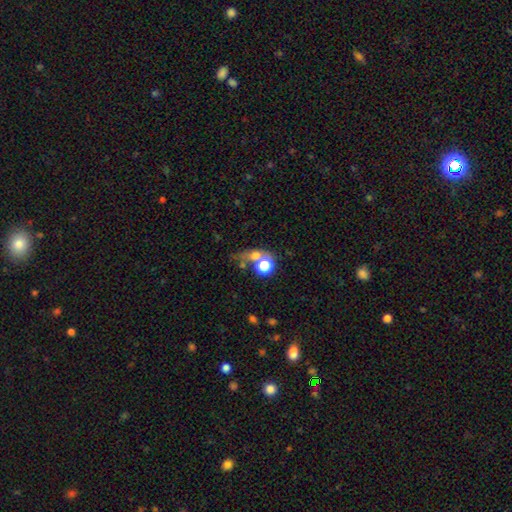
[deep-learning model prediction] A smooth galaxy with no disk features (56%) that is round (68%).

Vote fractions:
- Smooth or featured? smooth: 56% / star or artifact: 28% / featured or disk: 16%
- How rounded? round: 68% / in between: 28% / cigar-shaped: 4%
- Merging? none: 42% / merger: 35% / major disturbance: 11% / minor disturbance: 11%